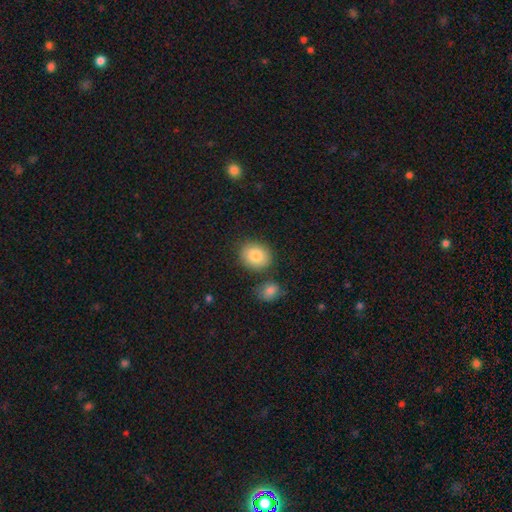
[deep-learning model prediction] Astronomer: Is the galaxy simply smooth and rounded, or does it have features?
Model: smooth — 84%.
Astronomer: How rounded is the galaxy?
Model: round — 56% (runner-up: in between, 43%).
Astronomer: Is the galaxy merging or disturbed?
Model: none — 79%.